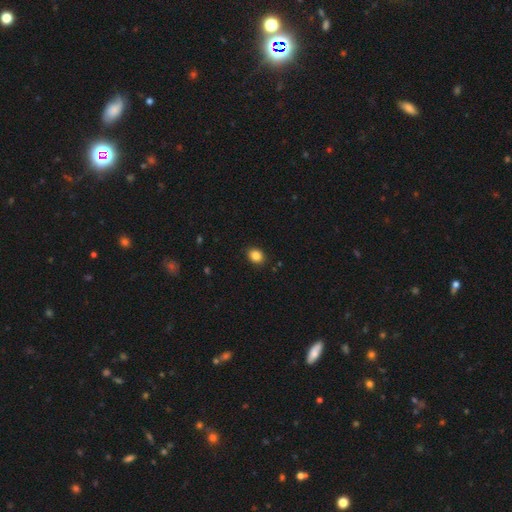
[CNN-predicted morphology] type=smooth (86%); roundness=round (51%); merging=none (89%).